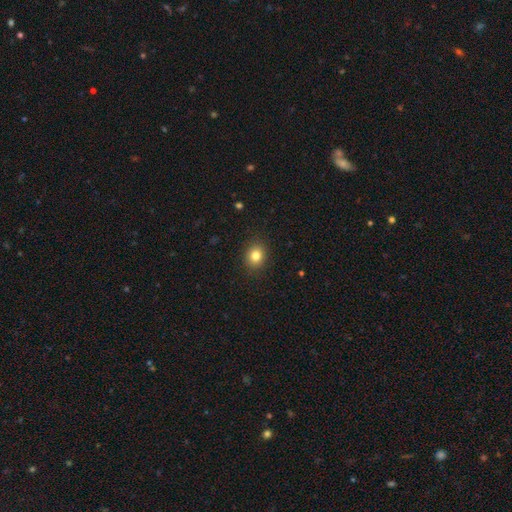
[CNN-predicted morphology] Overall: smooth (82%). How rounded: round (67%; in between 32%). Merging: none (89%).